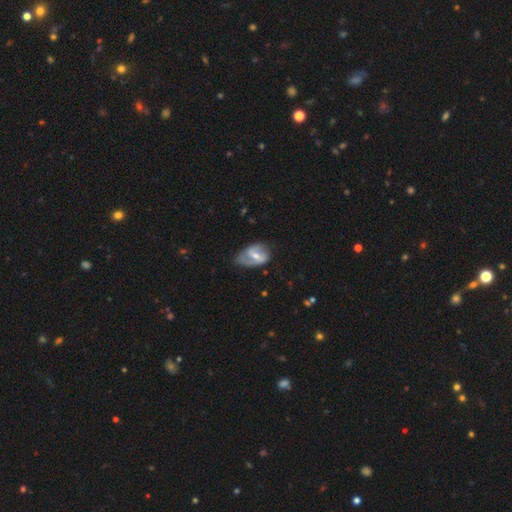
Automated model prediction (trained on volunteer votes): This is likely a featured or disk galaxy (63%). It is clearly not viewed edge-on (94%). Bar: marginally weak (43%). Spiral arm pattern: likely yes (67%). Central bulge: possibly moderate (56%). Merging: possibly none (50%).